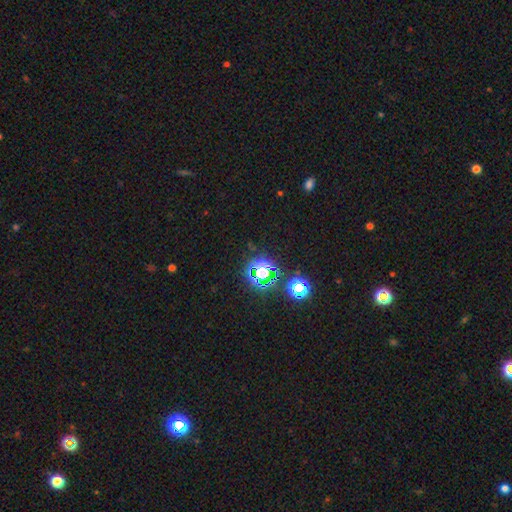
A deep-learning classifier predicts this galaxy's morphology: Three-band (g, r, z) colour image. It shows a star or artifact, not a galaxy (76%).